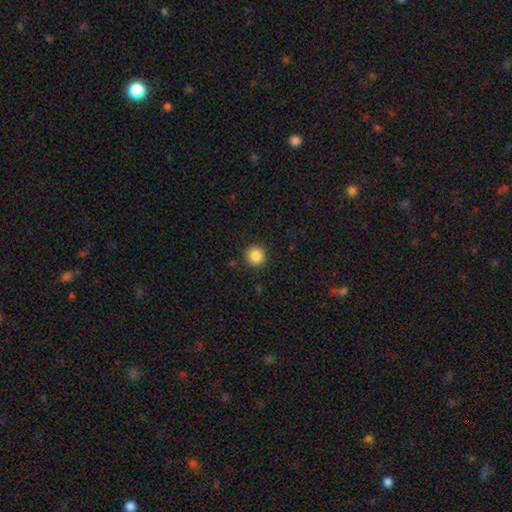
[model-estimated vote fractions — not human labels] This appears to be a smooth galaxy with no disk features (85%) that is round (92%). Merging: none (91%).